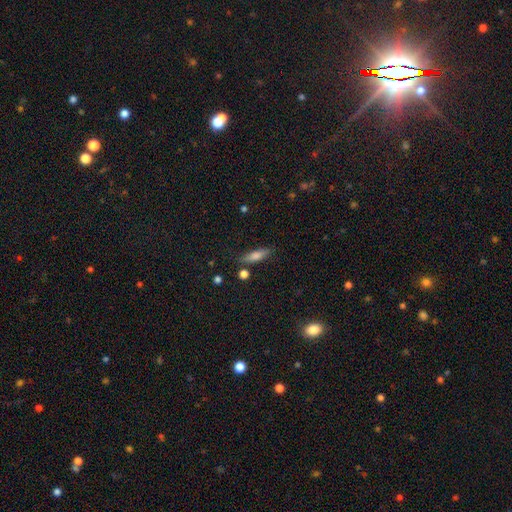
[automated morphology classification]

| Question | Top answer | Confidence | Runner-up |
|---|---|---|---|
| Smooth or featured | smooth | 64% | featured or disk (25%) |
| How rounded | cigar-shaped | 57% | in between (39%) |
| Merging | none | 80% | minor disturbance (13%) |